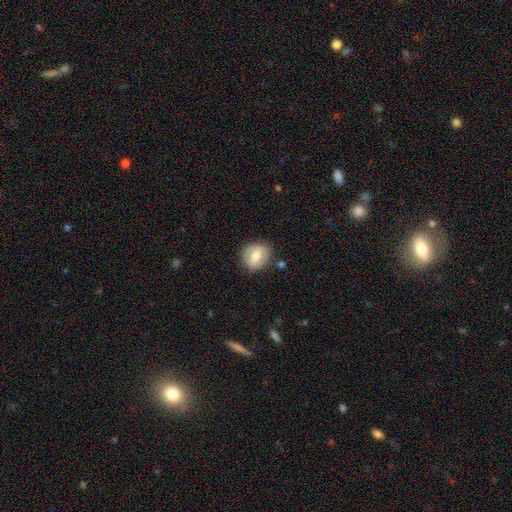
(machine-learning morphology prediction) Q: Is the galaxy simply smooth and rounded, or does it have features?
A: smooth — 57%.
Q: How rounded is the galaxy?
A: round — 64%.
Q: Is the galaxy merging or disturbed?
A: none — 77%.